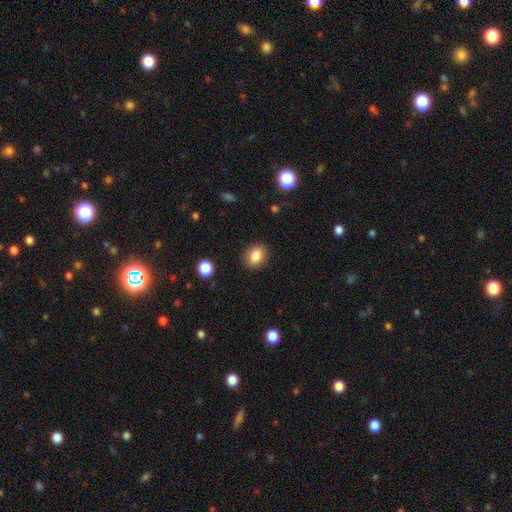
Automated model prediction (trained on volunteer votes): Smooth or featured?
  - smooth: 85% *
  - star or artifact: 10%
  - featured or disk: 5%
How rounded?
  - in between: 50% *
  - round: 49%
  - cigar-shaped: 1%
Merging?
  - none: 87% *
  - minor disturbance: 9%
  - major disturbance: 3%
  - merger: 1%